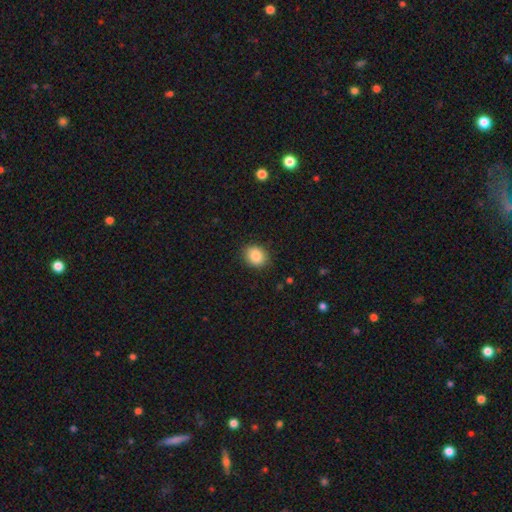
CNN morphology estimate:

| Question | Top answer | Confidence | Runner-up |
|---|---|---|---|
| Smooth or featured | smooth | 87% | star or artifact (8%) |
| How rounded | round | 55% | in between (44%) |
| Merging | none | 87% | minor disturbance (9%) |